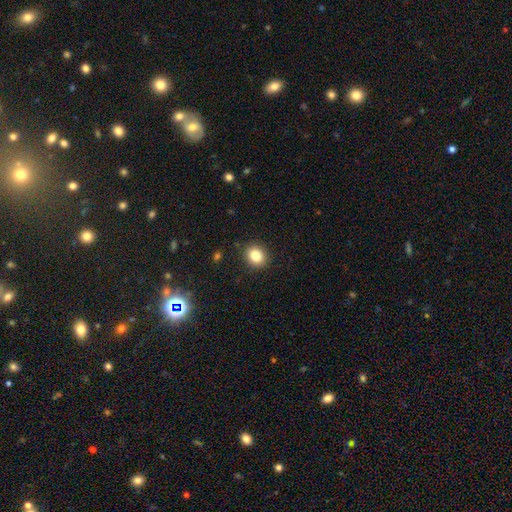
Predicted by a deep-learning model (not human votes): Smooth or featured?
  - smooth: 85% *
  - star or artifact: 10%
  - featured or disk: 5%
How rounded?
  - round: 66% *
  - in between: 33%
  - cigar-shaped: 1%
Merging?
  - none: 89% *
  - minor disturbance: 8%
  - major disturbance: 2%
  - merger: 1%